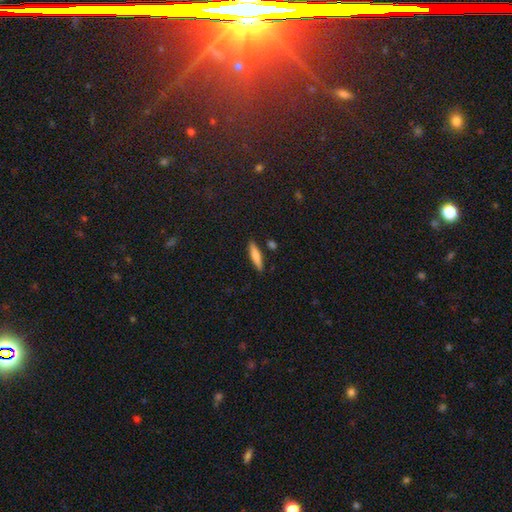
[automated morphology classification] A smooth galaxy with no disk features (74%) that is cigar-shaped (81%). Merging: none (86%).